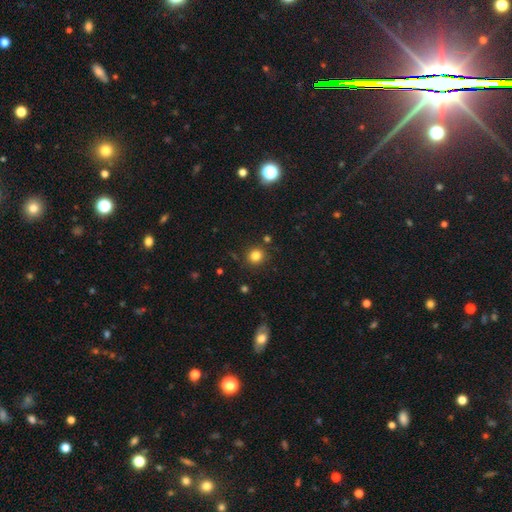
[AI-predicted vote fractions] A smooth galaxy with no disk features (81%) that is round (90%).

Vote fractions:
- Smooth or featured? smooth: 81% / star or artifact: 14% / featured or disk: 5%
- How rounded? round: 90% / in between: 9% / cigar-shaped: 1%
- Merging? none: 86% / minor disturbance: 8% / merger: 4% / major disturbance: 2%